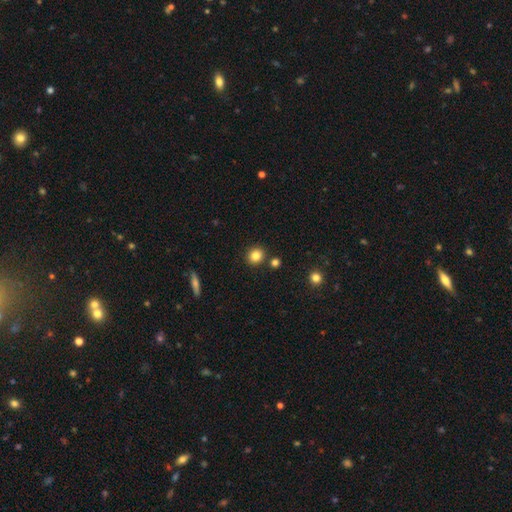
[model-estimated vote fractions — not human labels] Smooth or featured? Predicted: smooth (p=0.83). How rounded? Predicted: round (p=0.87). Merging? Predicted: none (p=0.86).